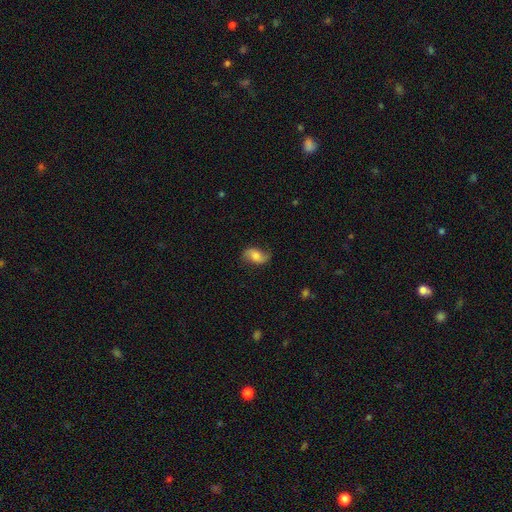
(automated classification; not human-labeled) This appears to be a smooth galaxy with no disk features (47%). Merging: none (73%).